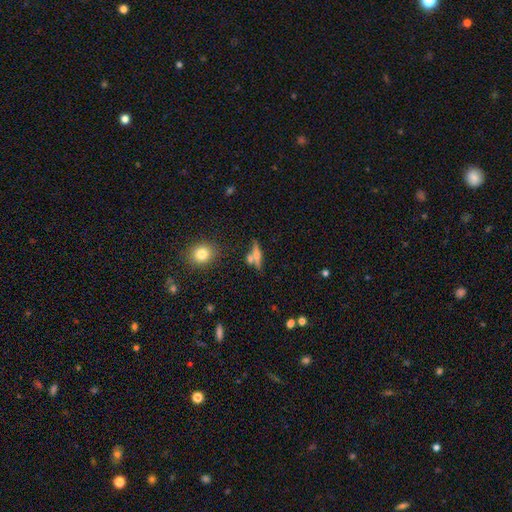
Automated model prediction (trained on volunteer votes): Smooth or featured? Predicted: smooth (p=0.46). Merging? Predicted: none (p=0.62).